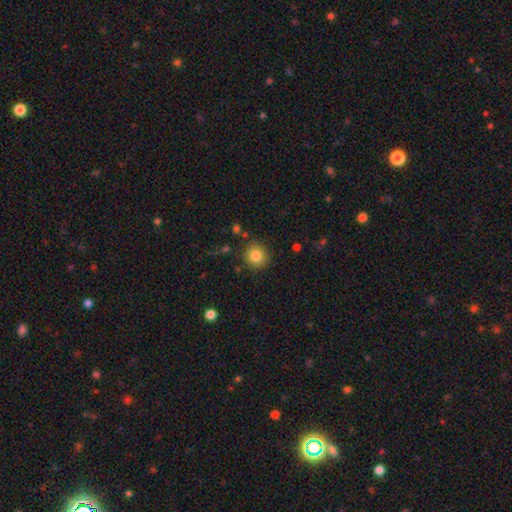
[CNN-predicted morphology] Overall: smooth (83%). How rounded: round (86%). Merging: none (86%).